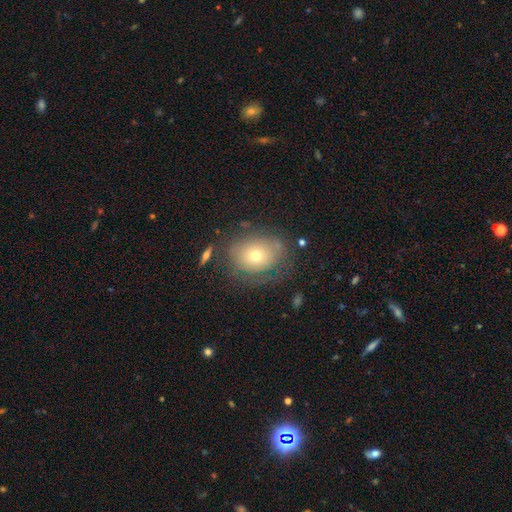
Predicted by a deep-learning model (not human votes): The model was most divided on "how rounded": round: 53%, in between: 46%, cigar-shaped: 1%. More confident: merging — none (61%); smooth or featured — smooth (59%).